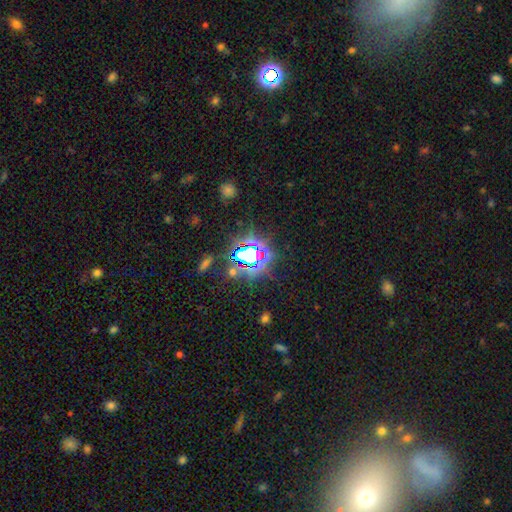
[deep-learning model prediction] Morphology: type=star or artifact (75%).